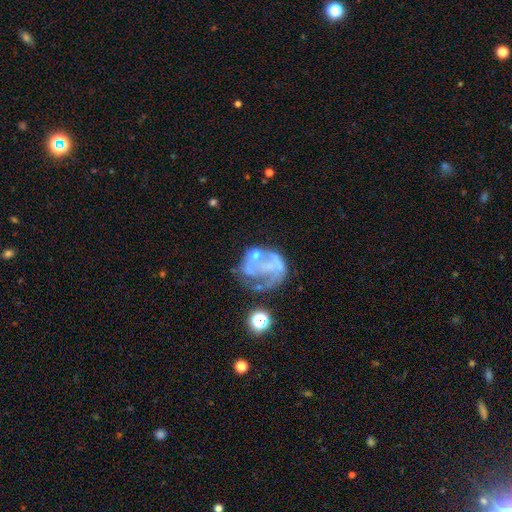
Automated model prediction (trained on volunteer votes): A featured or disk galaxy (61%) with no bar (82%), no spiral arms (72%) and no central bulge (56%). Merging: major disturbance (34%, tied with none).